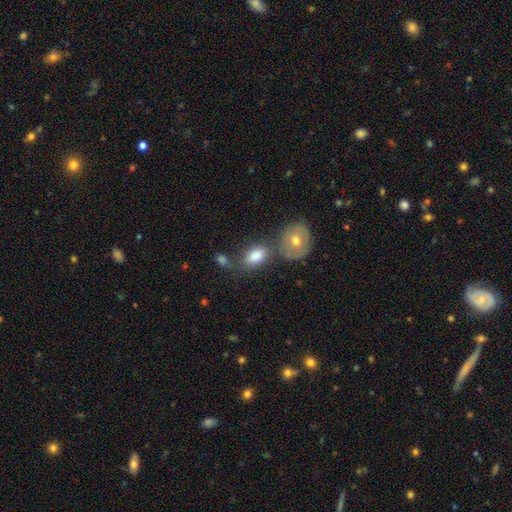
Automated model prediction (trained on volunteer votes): This is clearly a smooth galaxy (81%). How rounded: clearly in between (86%). Merging: possibly none (53%).